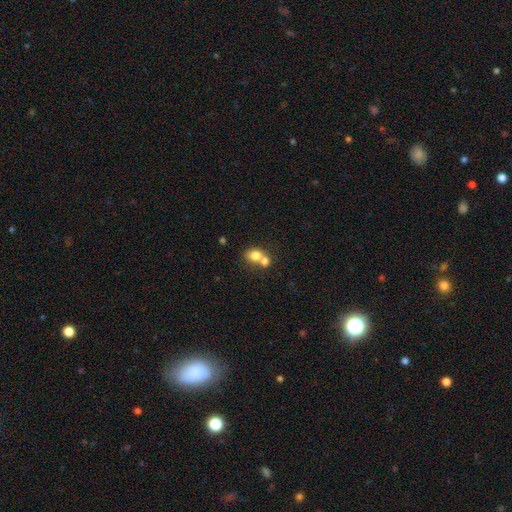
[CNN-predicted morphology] type=smooth (76%); roundness=round (59%); merging=merger (61%).